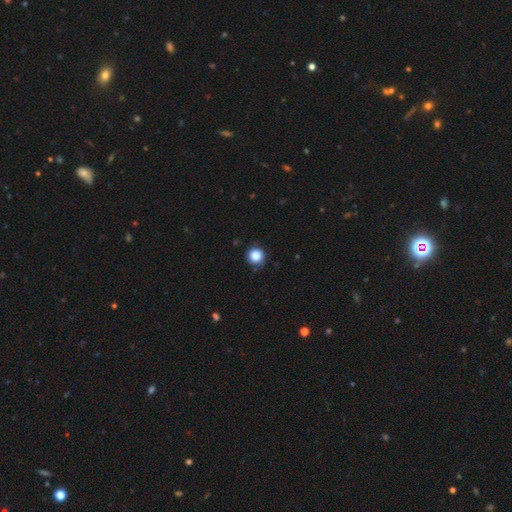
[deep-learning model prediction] A smooth galaxy with no disk features (86%) that is round (93%). Merging: none (83%).